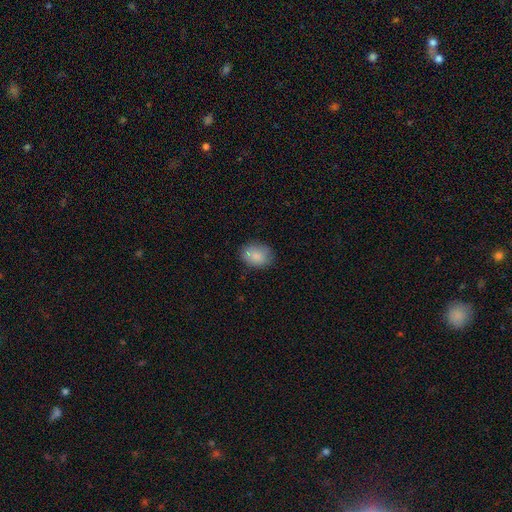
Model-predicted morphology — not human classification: Smooth or featured? smooth (82%)
How rounded? in between (66%)
Merging? none (73%)